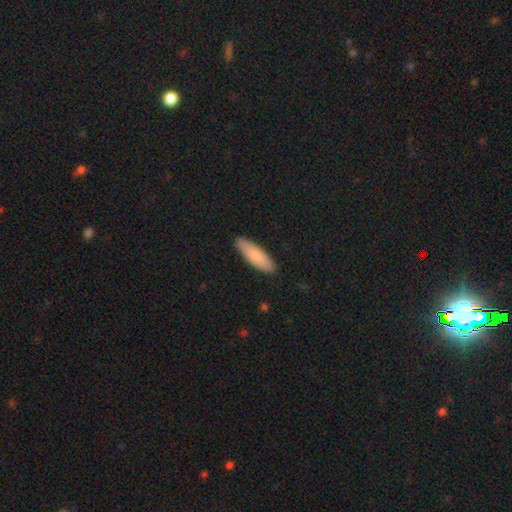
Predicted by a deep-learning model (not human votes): The model was most divided on "how rounded": cigar-shaped: 53%, in between: 45%, round: 2%. More confident: merging — none (88%); smooth or featured — smooth (84%).